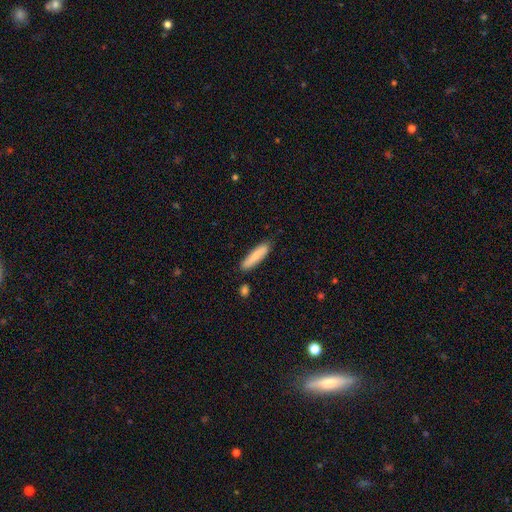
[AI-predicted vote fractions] The model was most divided on "how rounded": cigar-shaped: 79%, in between: 20%, round: 1%. More confident: merging — none (83%); smooth or featured — smooth (81%).